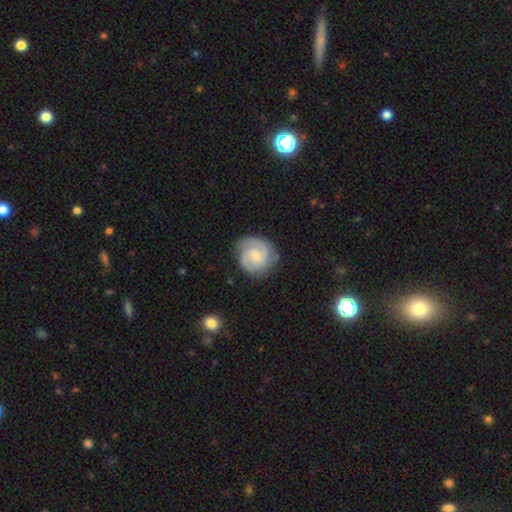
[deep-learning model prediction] smooth-or-featured: featured or disk: 73% | smooth: 22% | star or artifact: 5%
  disk-edge-on: no: 98% | yes: 2%
    bar: no: 50% | weak: 44% | strong: 6%
    has-spiral-arms: yes: 95% | no: 5%
      spiral-winding: tight: 50% | medium: 40% | loose: 10%
      spiral-arm-count: 2: 68% | 3: 12% | can't tell: 12% | 1: 4% | 4: 2% | more than 4: 2%
    bulge-size: small: 58% | moderate: 29% | none: 9% | large: 3% | dominant: 1%
  merging: none: 80% | minor disturbance: 14% | major disturbance: 5% | merger: 1%